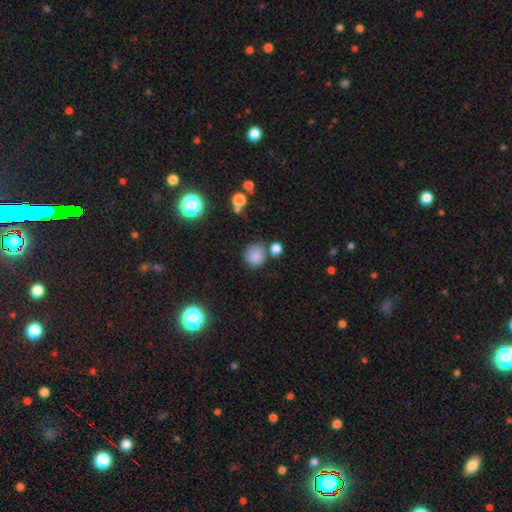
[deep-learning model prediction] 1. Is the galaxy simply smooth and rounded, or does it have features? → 82% smooth, 12% star or artifact, 6% featured or disk.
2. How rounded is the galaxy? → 86% round, 13% in between, 1% cigar-shaped.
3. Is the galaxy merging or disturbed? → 68% none, 15% minor disturbance, 13% merger, 5% major disturbance.